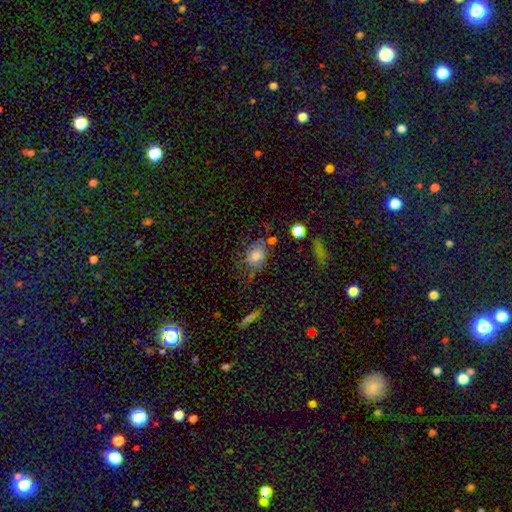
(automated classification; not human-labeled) Morphology: type=smooth (72%); roundness=in between (62%); merging=none (50%).